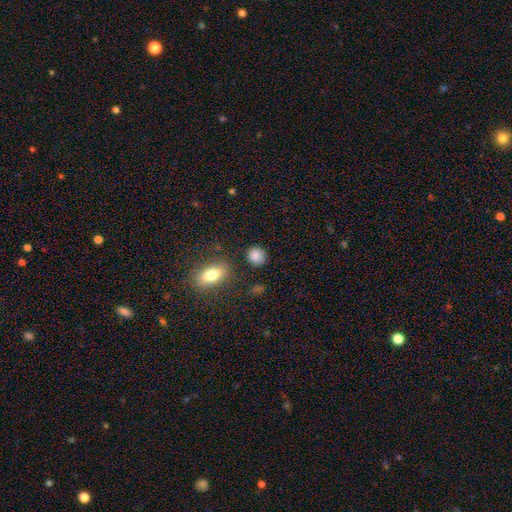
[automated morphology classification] A smooth galaxy with no disk features (86%) that is round (80%). Merging: none (84%).